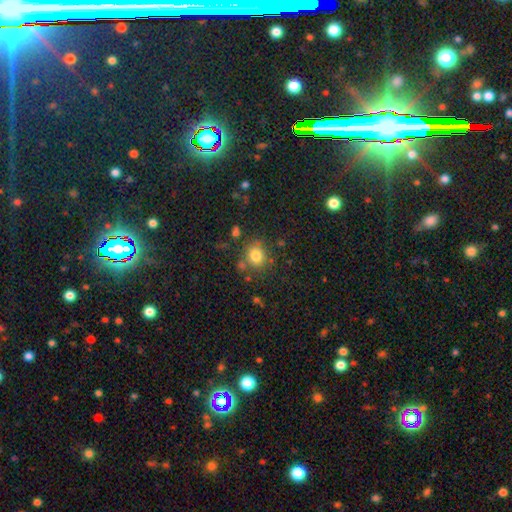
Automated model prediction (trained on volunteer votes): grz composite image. It shows a smooth galaxy with no disk features (79%) that is round (75%). Merging: none (76%).